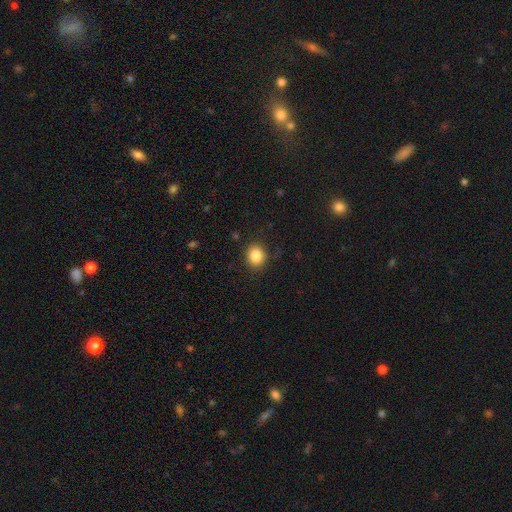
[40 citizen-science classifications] Q: Smooth or featured?
A: smooth (85%); runner-up: star or artifact (10%)
Q: How rounded?
A: round (82%); runner-up: in between (18%)
Q: Merging?
A: none (94%); runner-up: minor disturbance (3%)